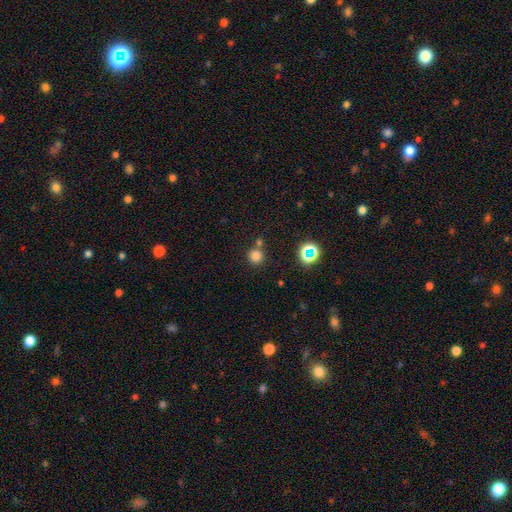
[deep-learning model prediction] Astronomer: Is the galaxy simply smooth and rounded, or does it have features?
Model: smooth — 77%.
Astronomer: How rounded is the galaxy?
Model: round — 93%.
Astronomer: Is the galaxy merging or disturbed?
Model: none — 72%.